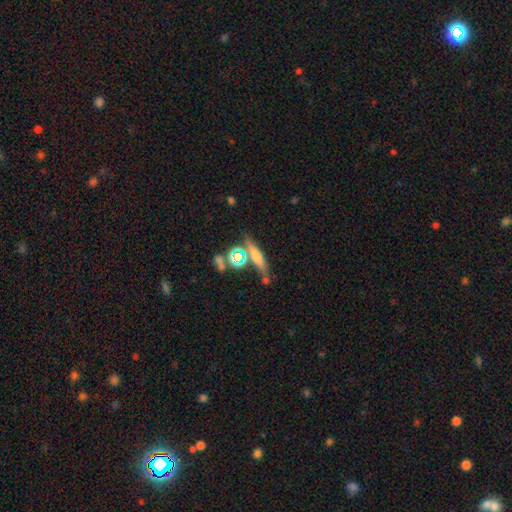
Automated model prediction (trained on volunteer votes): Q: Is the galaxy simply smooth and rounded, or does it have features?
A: smooth — 51%.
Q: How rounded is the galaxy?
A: cigar-shaped — 69%.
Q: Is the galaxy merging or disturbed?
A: none — 62%.